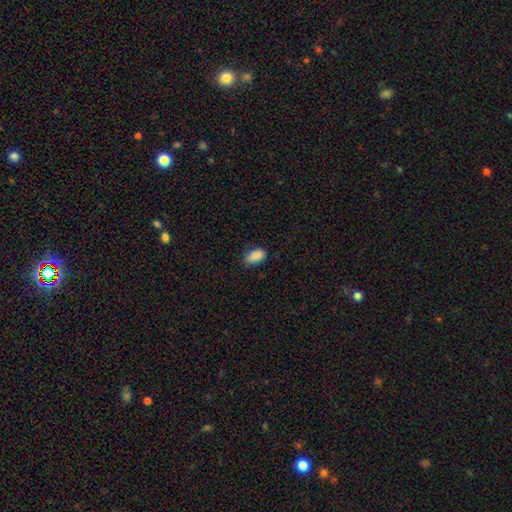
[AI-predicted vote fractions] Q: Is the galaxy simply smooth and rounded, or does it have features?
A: smooth — 88%.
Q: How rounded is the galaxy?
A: in between — 92%.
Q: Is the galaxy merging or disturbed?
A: none — 73%.